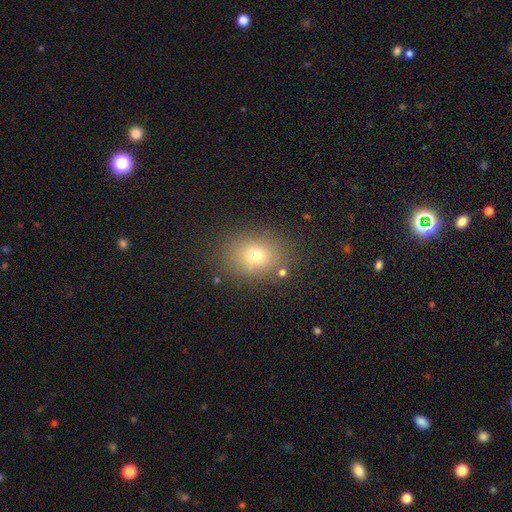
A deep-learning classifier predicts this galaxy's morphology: Smooth or featured? smooth (71%)
How rounded? in between (51%)
Merging? none (82%)